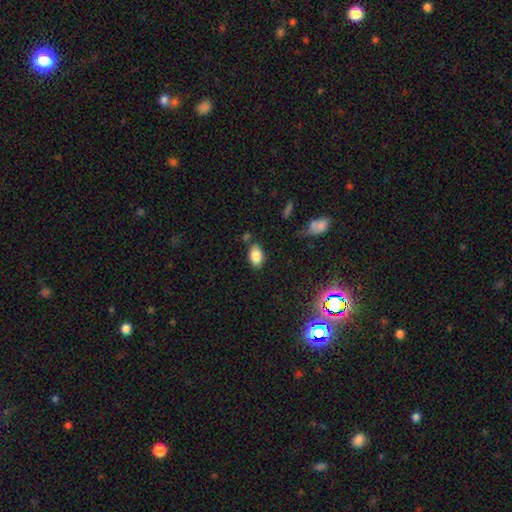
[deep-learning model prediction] Smooth or featured? smooth (85%)
How rounded? in between (90%)
Merging? none (79%)